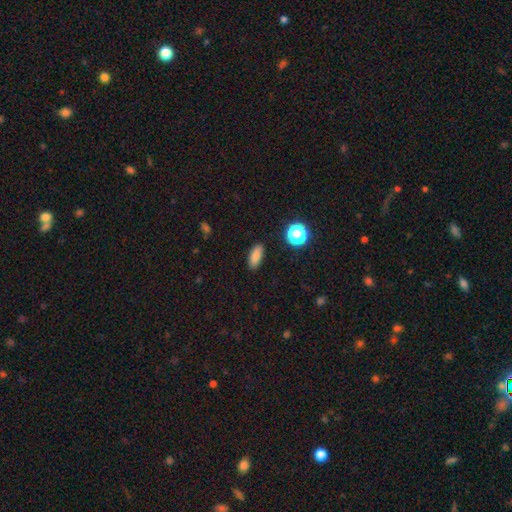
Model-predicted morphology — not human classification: The model was most divided on "how rounded": in between: 75%, cigar-shaped: 19%, round: 6%. More confident: merging — none (87%); smooth or featured — smooth (83%).